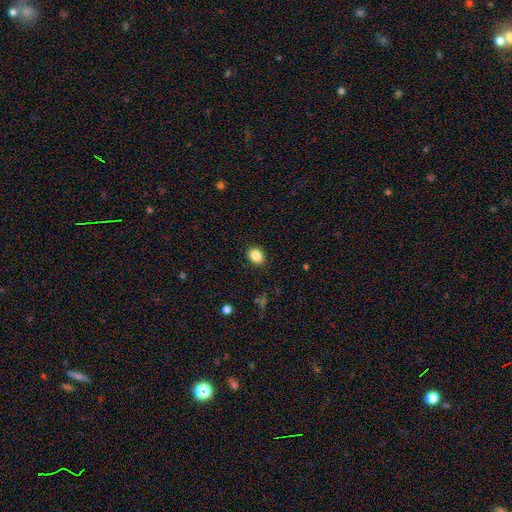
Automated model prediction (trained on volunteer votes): smooth-or-featured: smooth: 85% | star or artifact: 9% | featured or disk: 5%
  how-rounded: in between: 63% | round: 36% | cigar-shaped: 1%
  merging: none: 89% | minor disturbance: 8% | major disturbance: 2% | merger: 1%